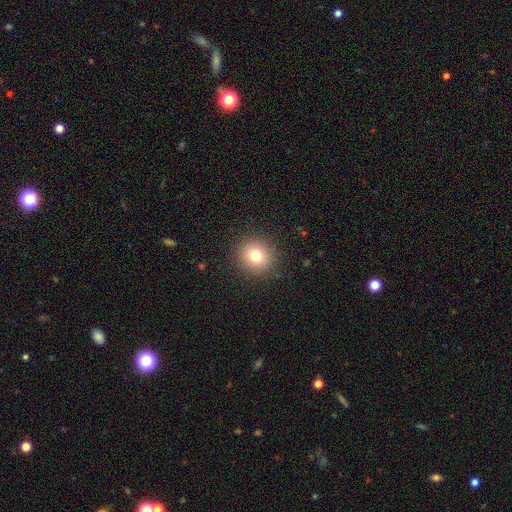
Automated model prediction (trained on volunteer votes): Smooth or featured?
  - smooth: 78% *
  - star or artifact: 13%
  - featured or disk: 10%
How rounded?
  - round: 91% *
  - in between: 8%
  - cigar-shaped: 1%
Merging?
  - none: 90% *
  - minor disturbance: 6%
  - major disturbance: 3%
  - merger: 1%